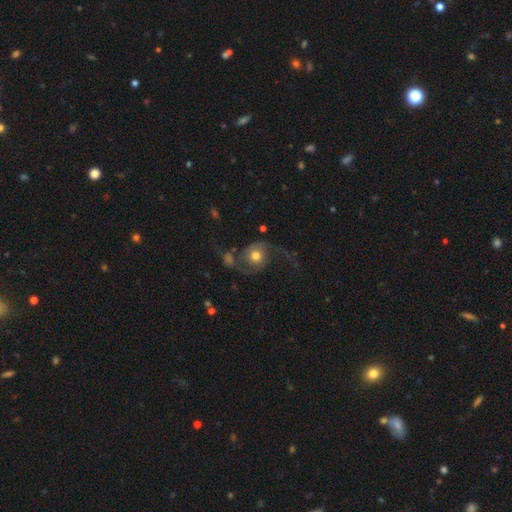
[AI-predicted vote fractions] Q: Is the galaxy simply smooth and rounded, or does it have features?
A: featured or disk — 75%.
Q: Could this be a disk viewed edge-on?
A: no — 97%.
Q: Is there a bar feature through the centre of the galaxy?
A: no — 77%.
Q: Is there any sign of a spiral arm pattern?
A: yes — 93%.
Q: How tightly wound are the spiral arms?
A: loose — 65%.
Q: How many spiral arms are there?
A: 2 — 89%.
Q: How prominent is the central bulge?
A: moderate — 67%.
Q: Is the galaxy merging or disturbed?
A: none — 49%.